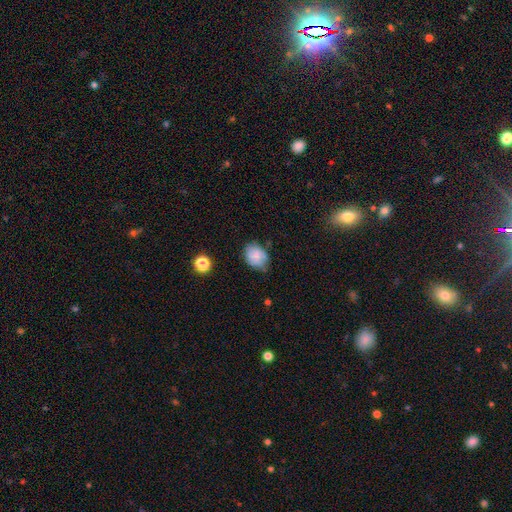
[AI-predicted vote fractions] Smooth or featured: smooth — 73% (featured or disk — 18%)
How rounded: in between — 57% (round — 42%)
Merging: none — 61% (minor disturbance — 29%)